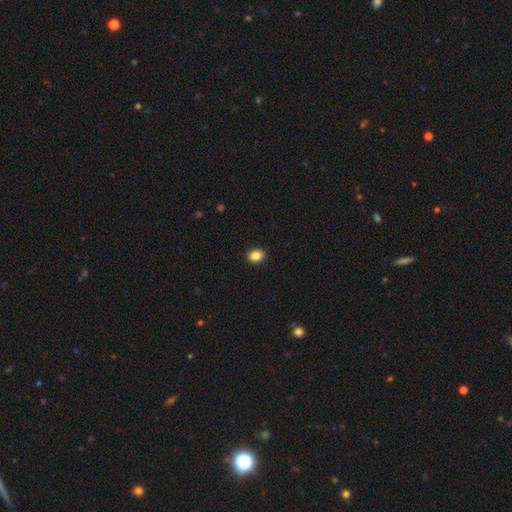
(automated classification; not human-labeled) Smooth or featured? smooth (87%)
How rounded? in between (65%)
Merging? none (90%)